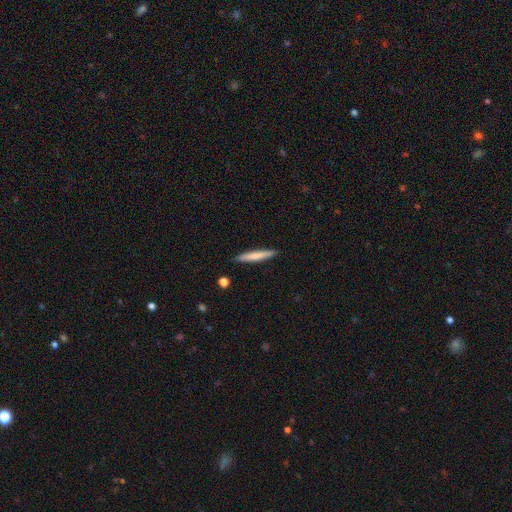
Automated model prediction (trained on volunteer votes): Smooth or featured? smooth (70%)
How rounded? cigar-shaped (95%)
Merging? none (90%)